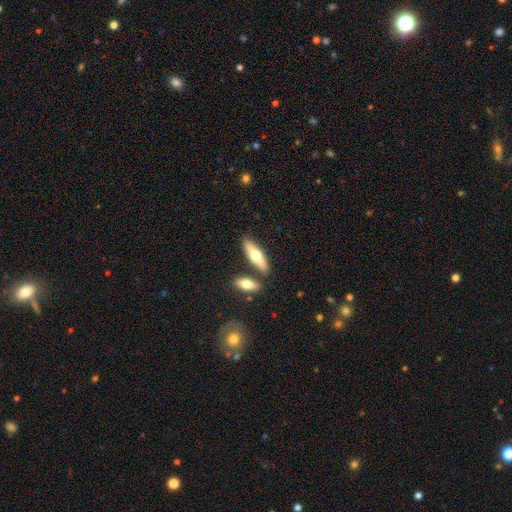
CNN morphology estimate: smooth-or-featured: smooth: 57% | featured or disk: 38% | star or artifact: 5%
  how-rounded: cigar-shaped: 52% | in between: 45% | round: 3%
  merging: none: 71% | merger: 16% | minor disturbance: 10% | major disturbance: 3%